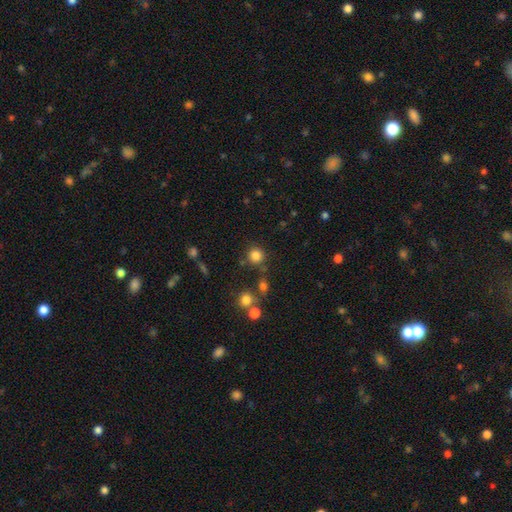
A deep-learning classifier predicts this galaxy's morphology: smooth 82%, star or artifact 13%, featured or disk 5%. Down the decision tree: how rounded — round (92%); merging — none (79%).